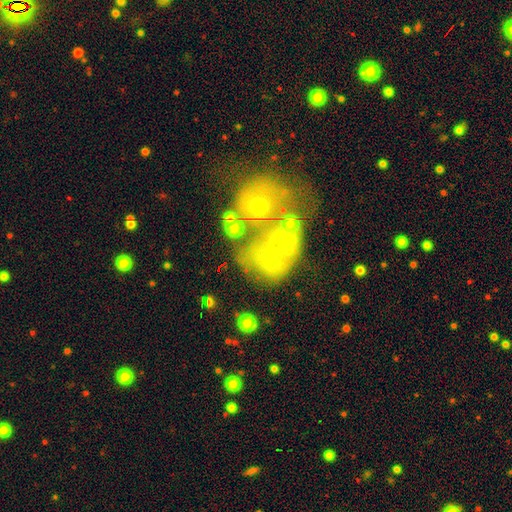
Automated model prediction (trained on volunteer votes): The model was most divided on "spiral arms": no: 57%, yes: 43%. Remaining: edge-on disk — no (97%); bar — no (74%); bulge size — small (53%); smooth or featured — featured or disk (52%); merging — merger (39%).